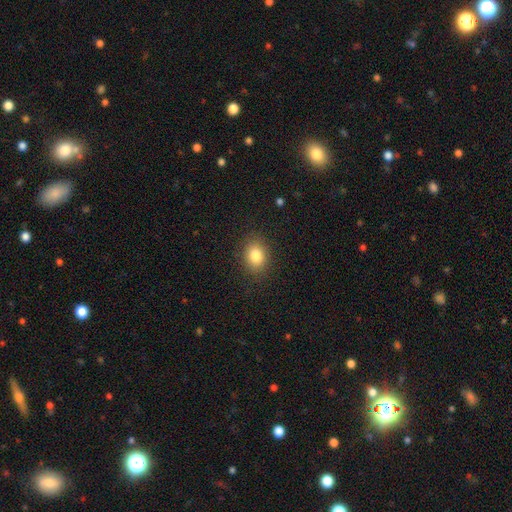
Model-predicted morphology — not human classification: smooth-or-featured: smooth: 83% | star or artifact: 10% | featured or disk: 7%
  how-rounded: in between: 59% | round: 40% | cigar-shaped: 1%
  merging: none: 86% | minor disturbance: 10% | major disturbance: 3% | merger: 1%